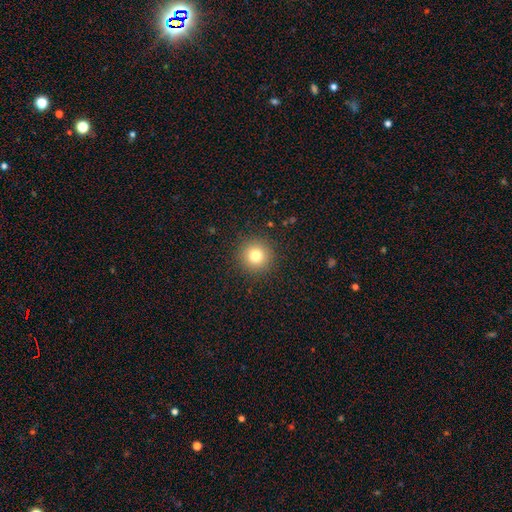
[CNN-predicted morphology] Smooth or featured? smooth (79%)
How rounded? round (95%)
Merging? none (91%)